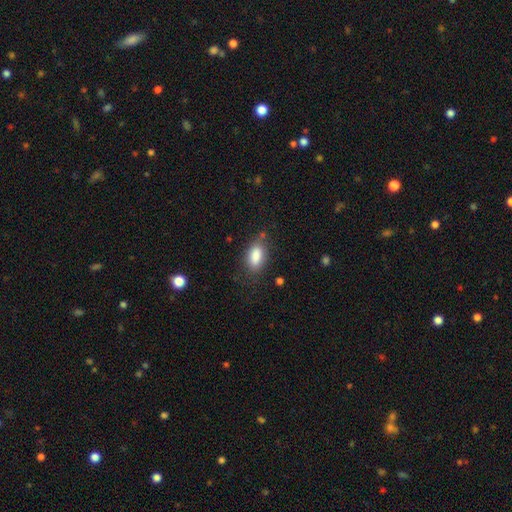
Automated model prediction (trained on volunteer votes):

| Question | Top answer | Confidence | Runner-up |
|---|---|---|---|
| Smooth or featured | smooth | 85% | star or artifact (8%) |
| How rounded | in between | 89% | cigar-shaped (7%) |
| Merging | none | 73% | minor disturbance (18%) |